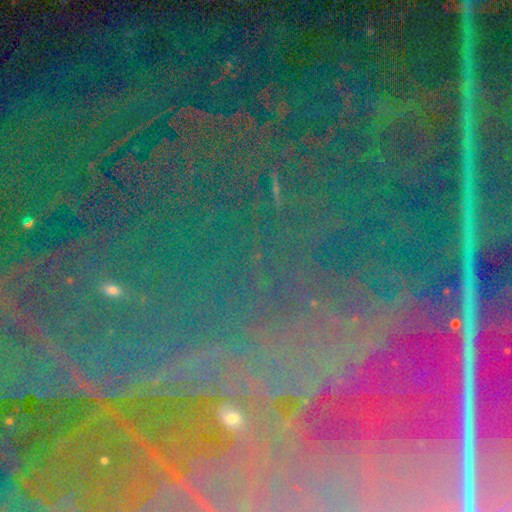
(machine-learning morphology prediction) type=star or artifact (85%).